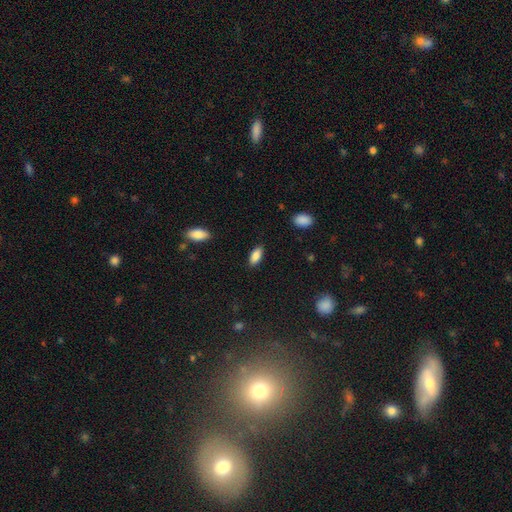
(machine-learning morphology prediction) Overall: smooth (86%). How rounded: in between (85%). Merging: none (87%).